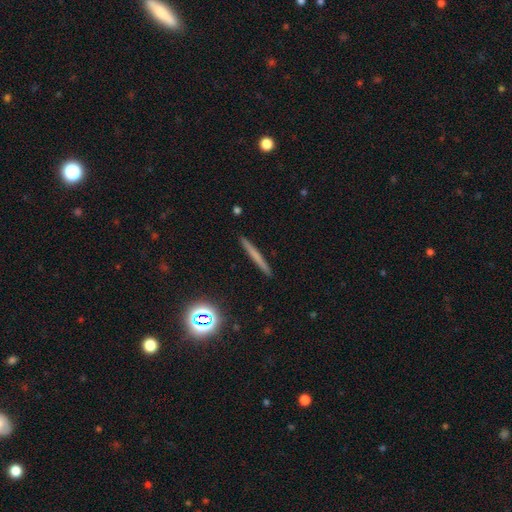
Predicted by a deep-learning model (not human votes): A smooth galaxy with no disk features (54%) that is cigar-shaped (95%). Merging: none (93%).